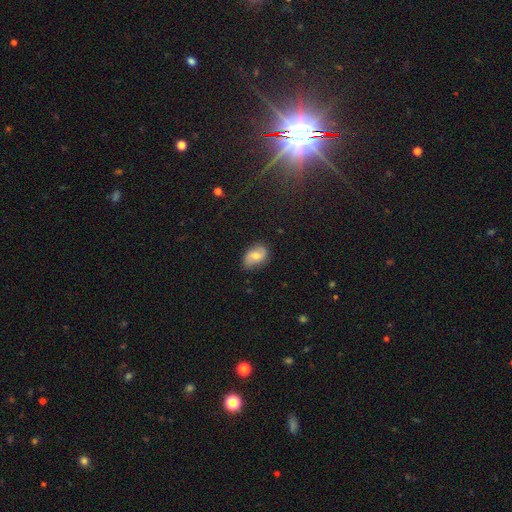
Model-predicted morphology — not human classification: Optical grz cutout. It shows a smooth galaxy with no disk features (48%). Merging: none (76%).